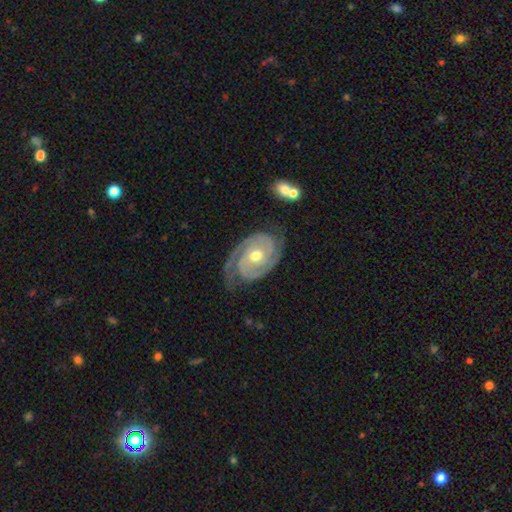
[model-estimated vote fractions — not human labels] Q: Smooth or featured?
A: featured or disk (91%); runner-up: smooth (4%)
Q: Edge-on disk?
A: no (97%); runner-up: yes (3%)
Q: Bar?
A: no (66%); runner-up: weak (25%)
Q: Spiral arms?
A: yes (98%); runner-up: no (2%)
Q: Spiral winding?
A: tight (62%); runner-up: medium (31%)
Q: Spiral arm count?
A: 2 (91%); runner-up: can't tell (3%)
Q: Bulge size?
A: moderate (75%); runner-up: small (19%)
Q: Merging?
A: none (77%); runner-up: minor disturbance (15%)